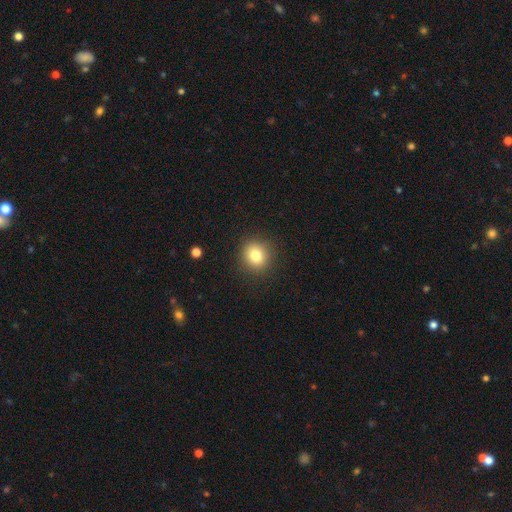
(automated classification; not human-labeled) Smooth or featured?
  - smooth: 80% *
  - star or artifact: 12%
  - featured or disk: 8%
How rounded?
  - round: 87% *
  - in between: 12%
  - cigar-shaped: 1%
Merging?
  - none: 90% *
  - minor disturbance: 7%
  - major disturbance: 3%
  - merger: 1%